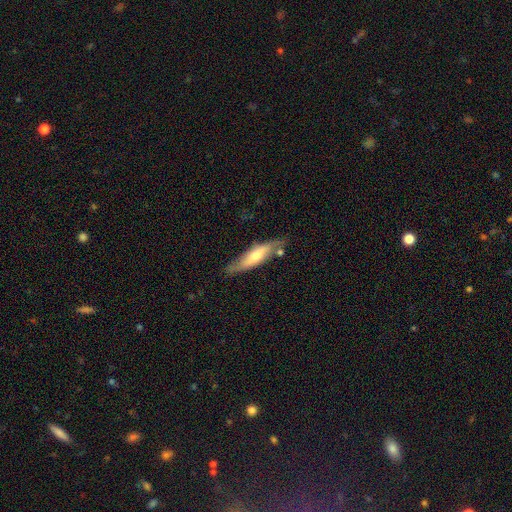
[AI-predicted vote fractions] Smooth or featured?
  - featured or disk: 48% *
  - smooth: 46%
  - star or artifact: 6%
Merging?
  - none: 68% *
  - minor disturbance: 21%
  - merger: 6%
  - major disturbance: 5%